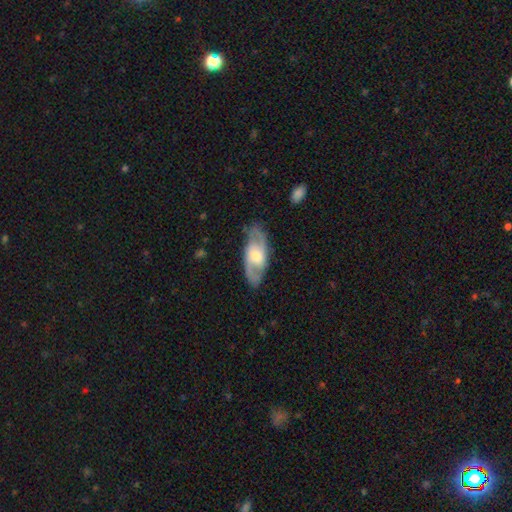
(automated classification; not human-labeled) Smooth or featured?
  - featured or disk: 77% *
  - smooth: 18%
  - star or artifact: 5%
Edge-on disk?
  - no: 90% *
  - yes: 10%
Bar?
  - weak: 48% *
  - no: 36%
  - strong: 16%
Spiral arms?
  - yes: 89% *
  - no: 11%
Spiral winding?
  - medium: 52% *
  - loose: 25%
  - tight: 23%
Spiral arm count?
  - 2: 86% *
  - can't tell: 8%
  - 3: 2%
  - 1: 2%
  - 4: 1%
  - more than 4: 1%
Bulge size?
  - moderate: 55% *
  - small: 21%
  - large: 18%
  - none: 4%
  - dominant: 2%
Merging?
  - none: 81% *
  - minor disturbance: 13%
  - major disturbance: 4%
  - merger: 1%